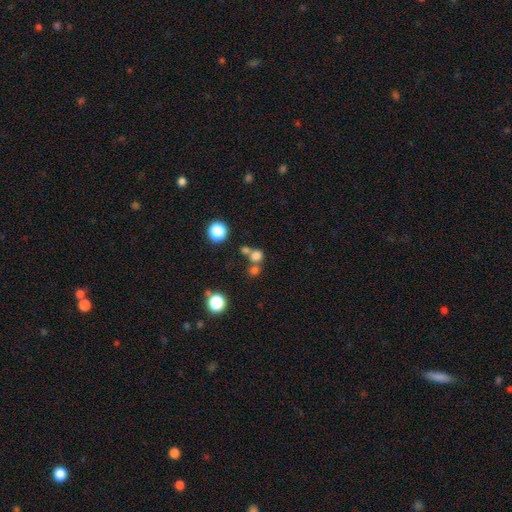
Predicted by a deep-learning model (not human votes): A smooth galaxy with no disk features (72%) that is round (77%). Merging: none (44%).